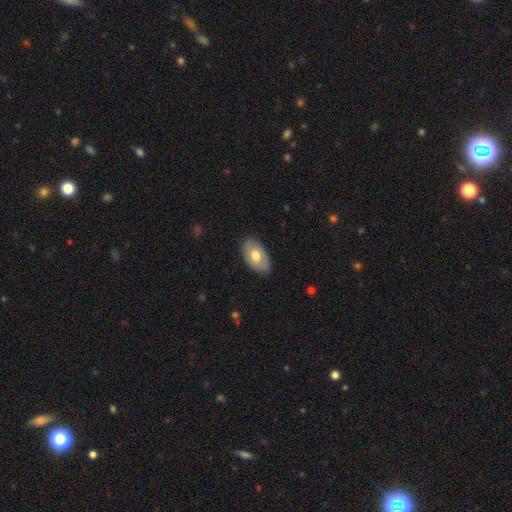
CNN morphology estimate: The model was most divided on "smooth or featured": smooth: 63%, featured or disk: 31%, star or artifact: 6%. More confident: how rounded — in between (93%); merging — none (80%).